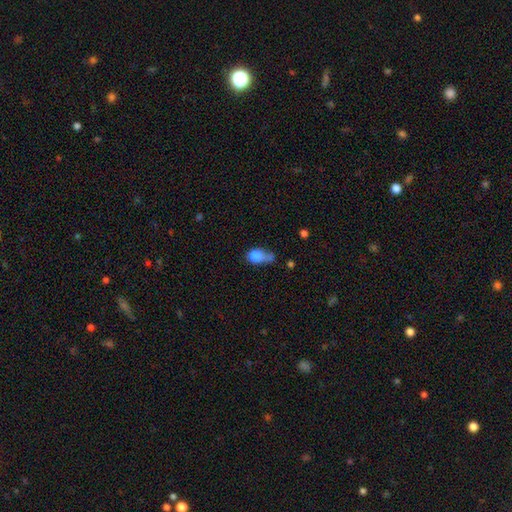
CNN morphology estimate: Overall: smooth (77%). How rounded: in between (52%; round 44%). Merging: minor disturbance (26%, tied with none).